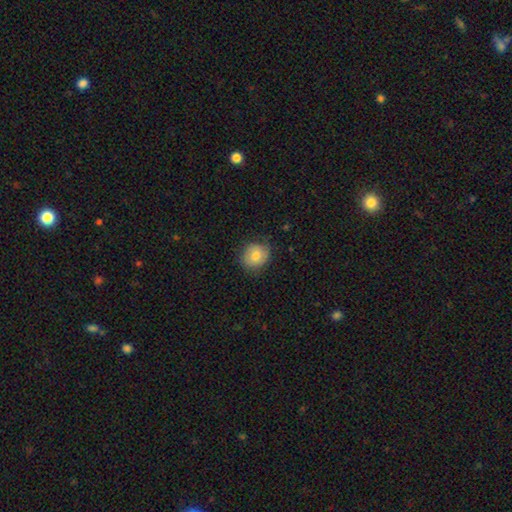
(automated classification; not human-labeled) Overall: smooth (75%). How rounded: round (76%). Merging: none (78%).